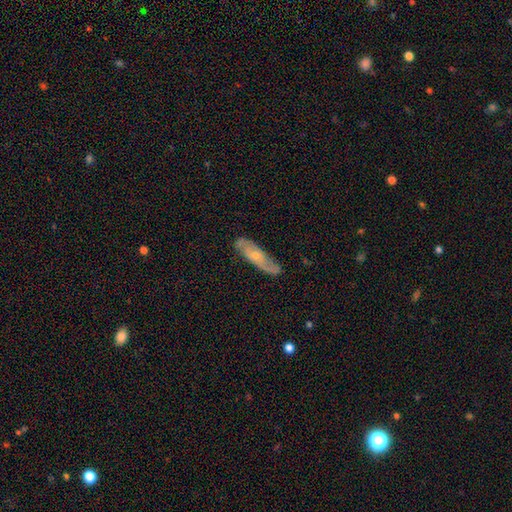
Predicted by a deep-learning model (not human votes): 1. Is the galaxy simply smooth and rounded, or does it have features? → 66% featured or disk, 28% smooth, 6% star or artifact.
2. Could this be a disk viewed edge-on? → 76% no, 24% yes.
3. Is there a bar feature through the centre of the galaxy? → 66% no, 28% weak, 6% strong.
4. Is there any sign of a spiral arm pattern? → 87% yes, 13% no.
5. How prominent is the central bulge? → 59% small, 33% moderate, 4% none, 2% large, 1% dominant.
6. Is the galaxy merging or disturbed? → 77% none, 17% minor disturbance, 4% major disturbance, 2% merger.